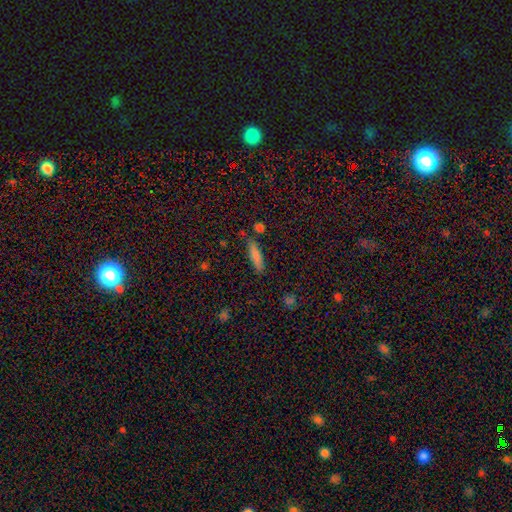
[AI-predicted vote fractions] Smooth or featured?
  - smooth: 77% *
  - featured or disk: 14%
  - star or artifact: 8%
How rounded?
  - cigar-shaped: 70% *
  - in between: 28%
  - round: 2%
Merging?
  - none: 79% *
  - minor disturbance: 13%
  - merger: 5%
  - major disturbance: 3%